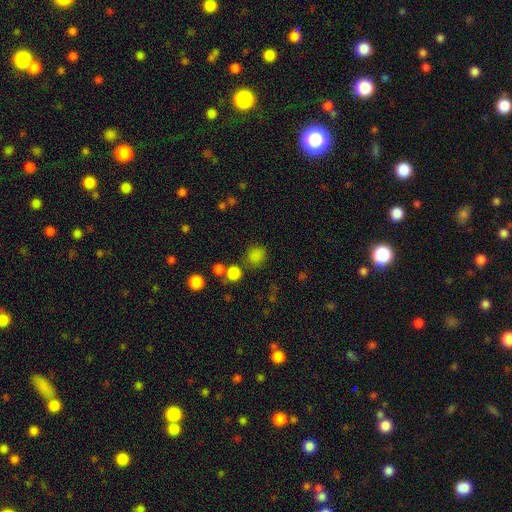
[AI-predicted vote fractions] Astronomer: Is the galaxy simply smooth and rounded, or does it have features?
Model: smooth — 79%.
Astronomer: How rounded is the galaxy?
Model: round — 82%.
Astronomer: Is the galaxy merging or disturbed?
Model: none — 74%.